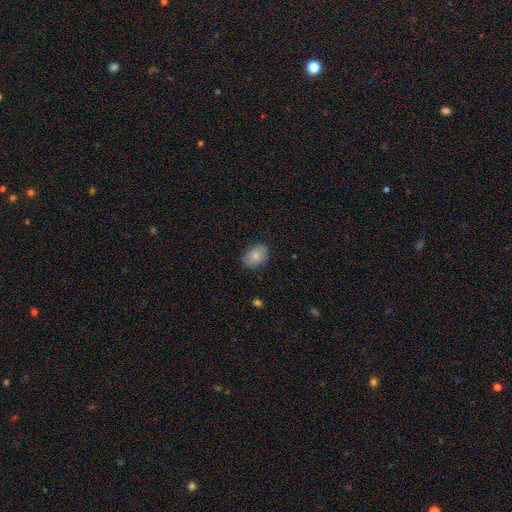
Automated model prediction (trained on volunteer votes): Morphology: type=smooth (81%); roundness=in between (77%); merging=none (83%).